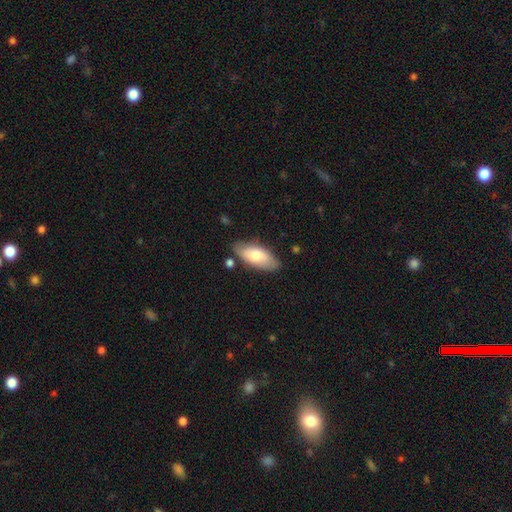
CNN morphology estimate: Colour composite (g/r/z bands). It shows a smooth galaxy with no disk features (71%) that is in between round and cigar-shaped (86%). Merging: none (76%).